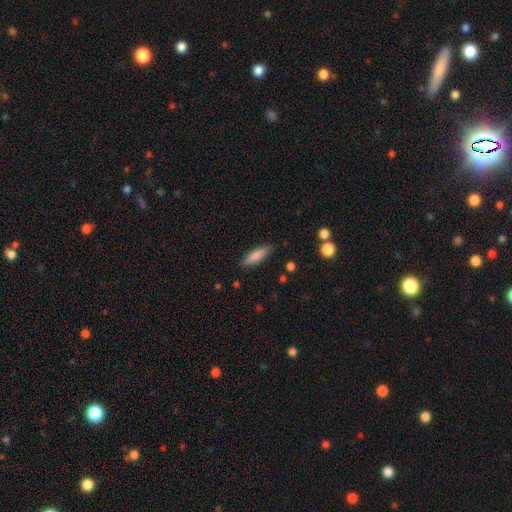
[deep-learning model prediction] Smooth or featured? Predicted: smooth (p=0.84). How rounded? Predicted: cigar-shaped (p=0.52). Merging? Predicted: none (p=0.87).